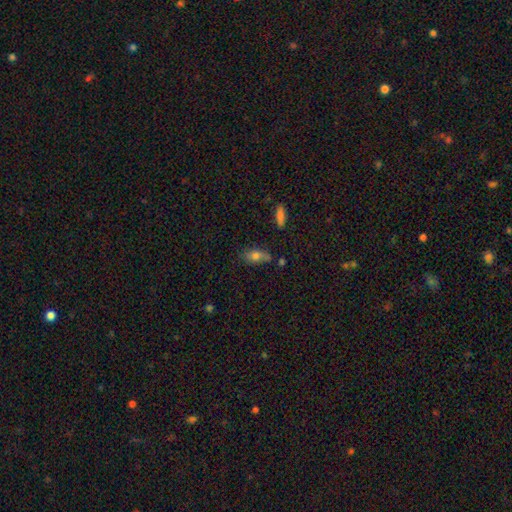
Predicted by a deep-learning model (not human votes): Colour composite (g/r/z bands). It shows a smooth galaxy with no disk features (72%) that is in between round and cigar-shaped (77%). Merging: none (60%).